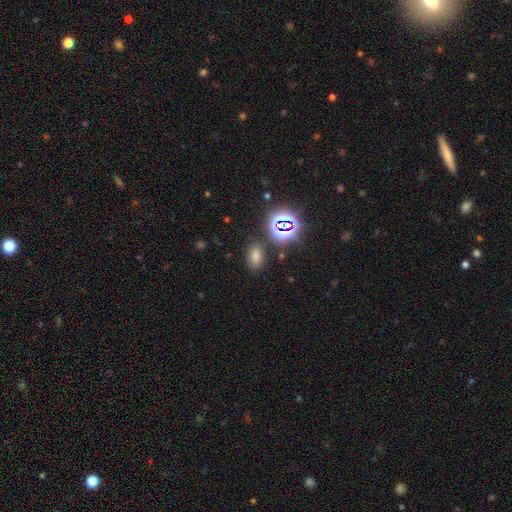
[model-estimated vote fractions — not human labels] Smooth or featured? Predicted: smooth (p=0.55). How rounded? Predicted: in between (p=0.76). Merging? Predicted: none (p=0.82).